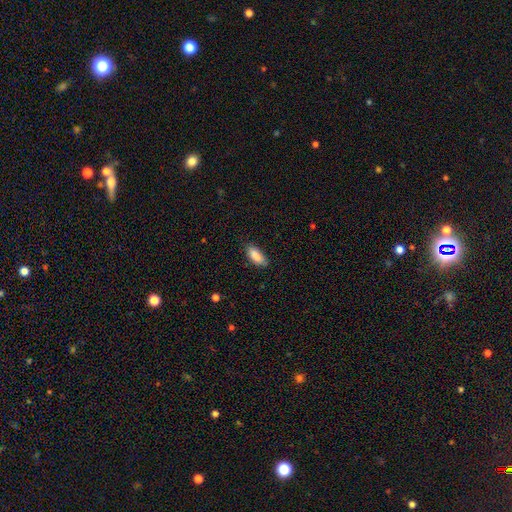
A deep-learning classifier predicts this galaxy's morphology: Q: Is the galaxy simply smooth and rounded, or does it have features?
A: smooth — 88%.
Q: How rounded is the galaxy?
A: in between — 80%.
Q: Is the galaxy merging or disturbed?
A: none — 79%.